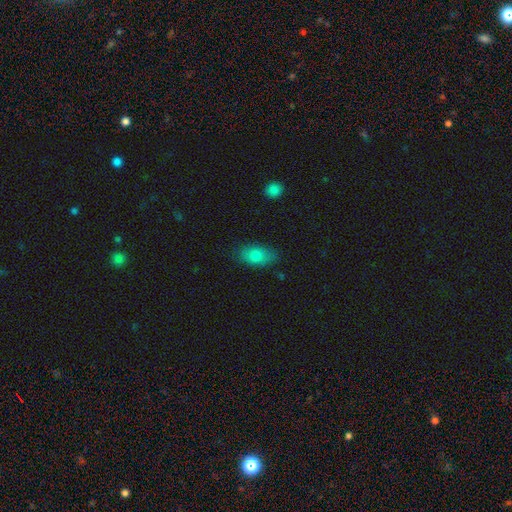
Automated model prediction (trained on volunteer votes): Smooth or featured? smooth (80%)
How rounded? in between (90%)
Merging? none (79%)